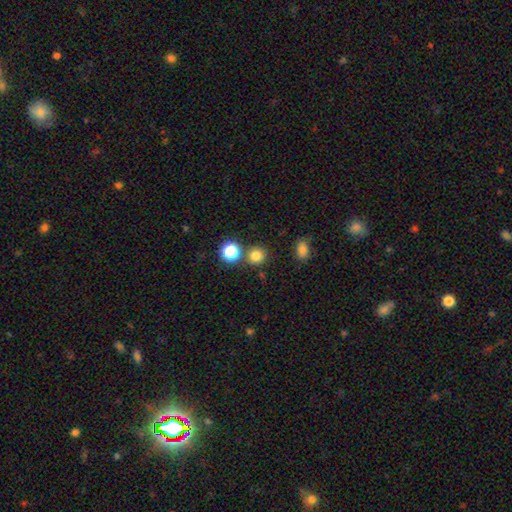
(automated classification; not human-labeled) Overall: smooth (78%). How rounded: round (90%). Merging: none (80%).